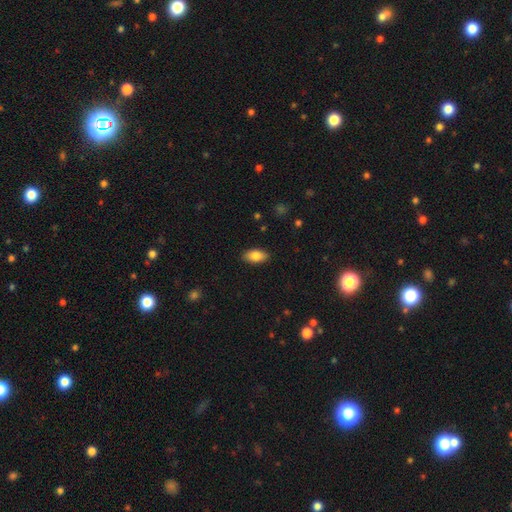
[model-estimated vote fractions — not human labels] This is clearly a smooth galaxy (83%). How rounded: clearly in between (92%). Merging: clearly none (88%).